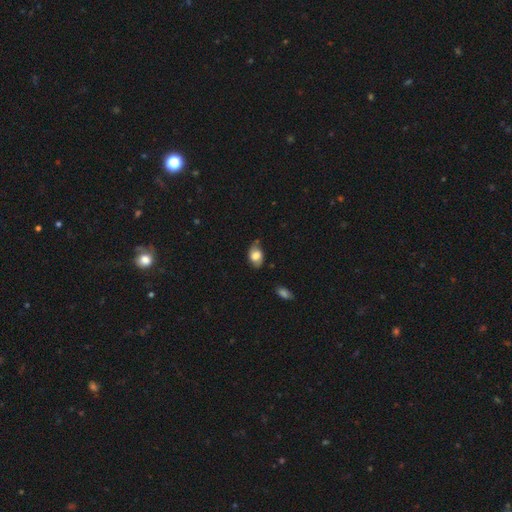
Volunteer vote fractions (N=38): Smooth or featured?
  - smooth: 58% *
  - featured or disk: 39%
  - star or artifact: 3%
How rounded?
  - in between: 86% *
  - round: 14%
  - cigar-shaped: 0%
Merging?
  - none: 65% *
  - minor disturbance: 22%
  - major disturbance: 14%
  - merger: 0%